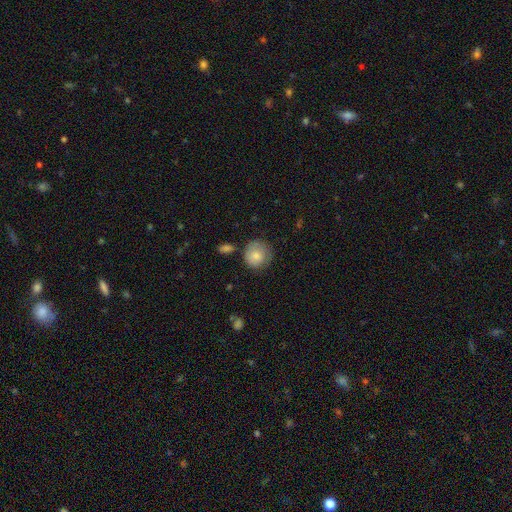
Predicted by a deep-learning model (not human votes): smooth_or_featured: smooth (p=0.80) [alt: featured or disk p=0.13]
how_rounded: round (p=0.88) [alt: in between p=0.11]
merging: none (p=0.66) [alt: minor disturbance p=0.22]